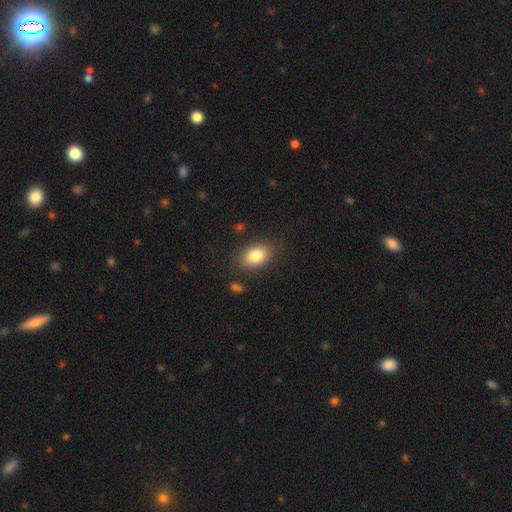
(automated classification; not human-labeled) Smooth or featured?
  - smooth: 84% *
  - featured or disk: 8%
  - star or artifact: 8%
How rounded?
  - in between: 84% *
  - round: 15%
  - cigar-shaped: 1%
Merging?
  - none: 81% *
  - minor disturbance: 12%
  - major disturbance: 4%
  - merger: 2%